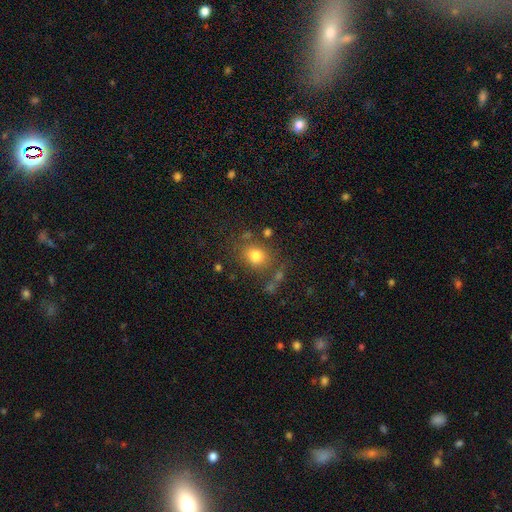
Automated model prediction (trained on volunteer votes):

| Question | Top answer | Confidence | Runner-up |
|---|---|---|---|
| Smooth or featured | smooth | 78% | star or artifact (13%) |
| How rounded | round | 65% | in between (34%) |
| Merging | none | 73% | minor disturbance (14%) |